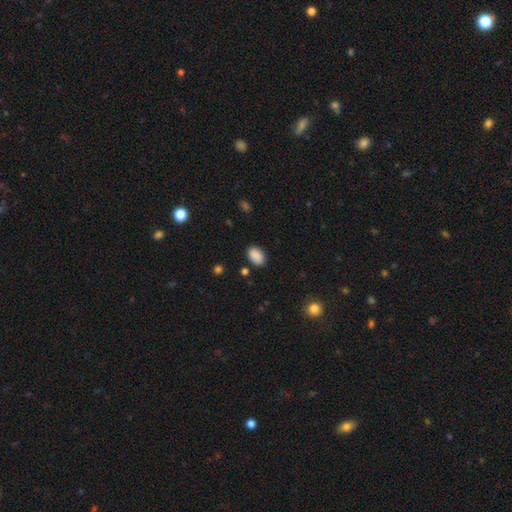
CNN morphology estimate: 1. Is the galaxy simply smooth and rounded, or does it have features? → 89% smooth, 8% star or artifact, 3% featured or disk.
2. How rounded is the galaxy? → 90% in between, 9% round, 1% cigar-shaped.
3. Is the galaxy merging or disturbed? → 85% none, 11% minor disturbance, 3% major disturbance, 2% merger.